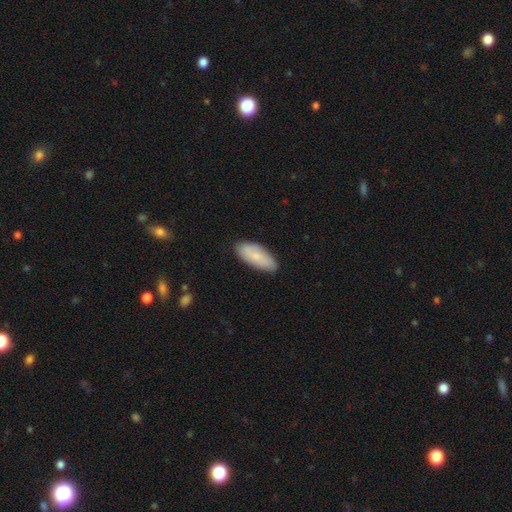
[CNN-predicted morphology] A smooth galaxy with no disk features (74%) that is in between round and cigar-shaped (82%).

Vote fractions:
- Smooth or featured? smooth: 74% / featured or disk: 19% / star or artifact: 6%
- How rounded? in between: 82% / cigar-shaped: 16% / round: 2%
- Merging? none: 84% / minor disturbance: 12% / major disturbance: 2% / merger: 1%